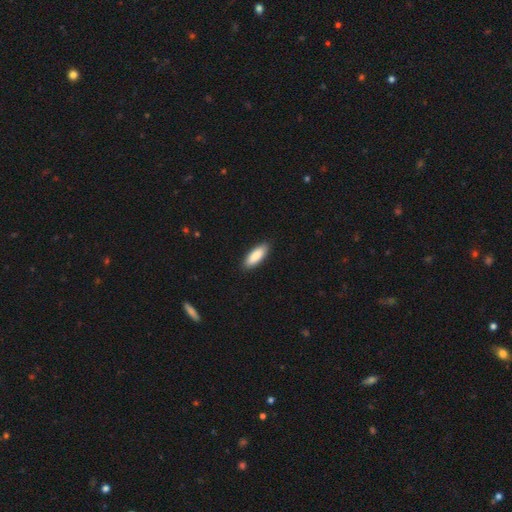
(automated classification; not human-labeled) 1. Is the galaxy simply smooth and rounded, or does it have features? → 89% smooth, 6% featured or disk, 5% star or artifact.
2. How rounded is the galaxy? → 66% in between, 32% cigar-shaped, 2% round.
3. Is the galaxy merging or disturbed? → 90% none, 8% minor disturbance, 2% major disturbance, 1% merger.